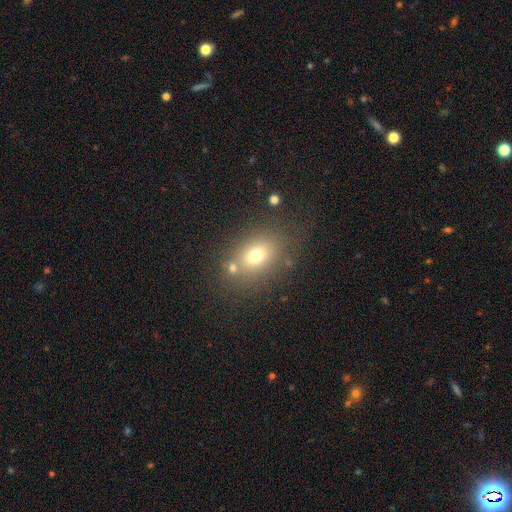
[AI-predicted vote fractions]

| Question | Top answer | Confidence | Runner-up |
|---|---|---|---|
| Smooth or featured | smooth | 69% | featured or disk (16%) |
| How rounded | in between | 72% | round (26%) |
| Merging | none | 70% | minor disturbance (13%) |